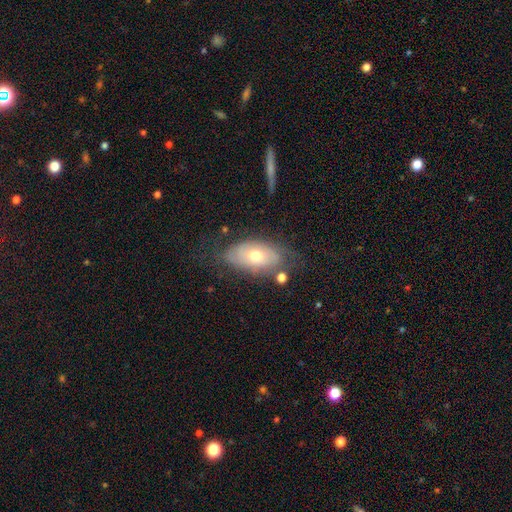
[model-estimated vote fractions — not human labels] The model was most divided on "smooth or featured": smooth: 50%, featured or disk: 41%, star or artifact: 8%. More confident: how rounded — in between (90%); merging — none (61%).